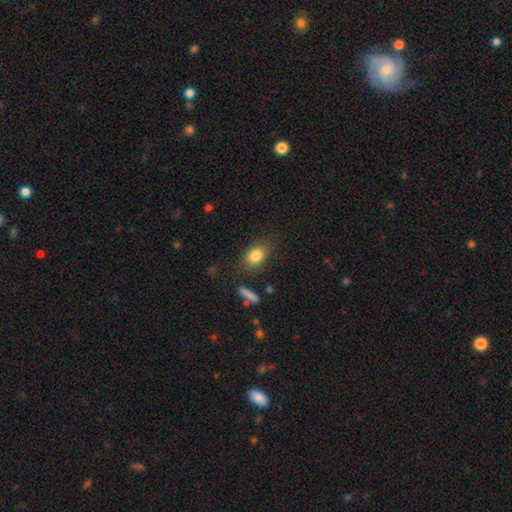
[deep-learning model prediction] A smooth galaxy with no disk features (83%) that is in between round and cigar-shaped (67%). Merging: none (80%).